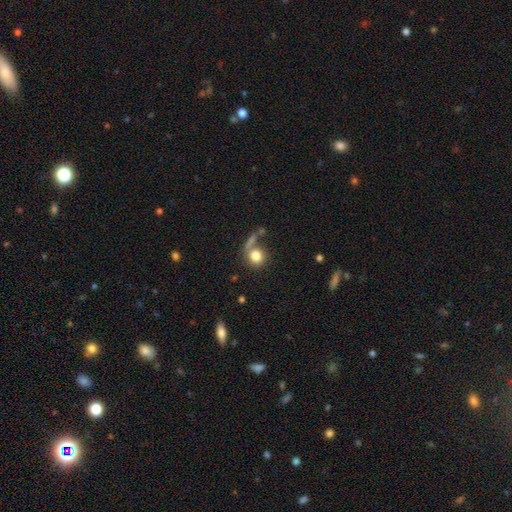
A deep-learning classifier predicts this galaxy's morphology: A smooth galaxy with no disk features (78%) that is round (81%). Merging: none (52%).